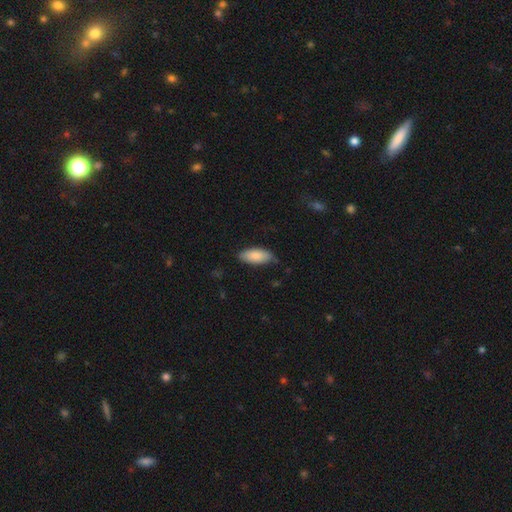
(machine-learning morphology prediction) This appears to be a smooth galaxy with no disk features (85%) that is in between round and cigar-shaped (84%). Merging: none (77%).